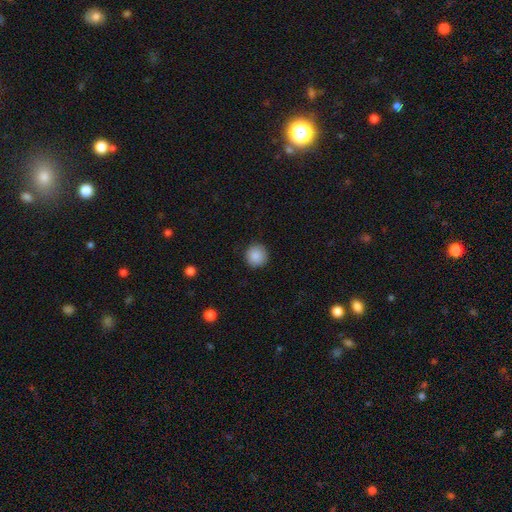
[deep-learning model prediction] Smooth or featured? Predicted: smooth (p=0.88). How rounded? Predicted: round (p=0.95). Merging? Predicted: none (p=0.91).